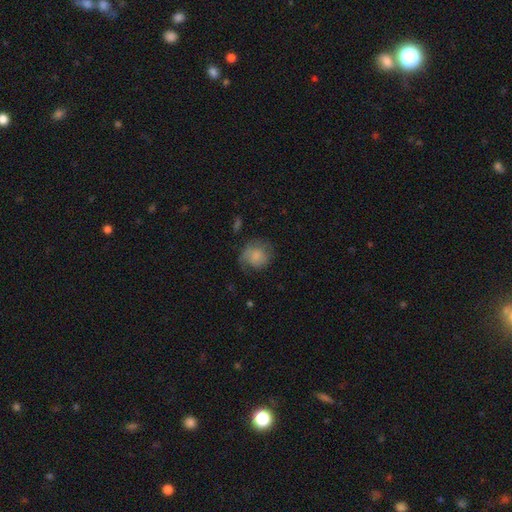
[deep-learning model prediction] Smooth or featured? Predicted: smooth (p=0.68). How rounded? Predicted: round (p=0.80). Merging? Predicted: none (p=0.57).